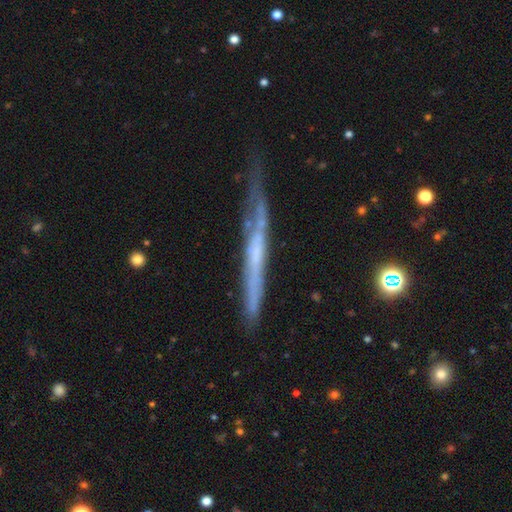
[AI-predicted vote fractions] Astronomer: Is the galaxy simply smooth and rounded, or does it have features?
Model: featured or disk — 65%.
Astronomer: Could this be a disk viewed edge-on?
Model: yes — 91%.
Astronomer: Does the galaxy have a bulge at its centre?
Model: none — 78%.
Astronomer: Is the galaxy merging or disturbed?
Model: none — 63%.